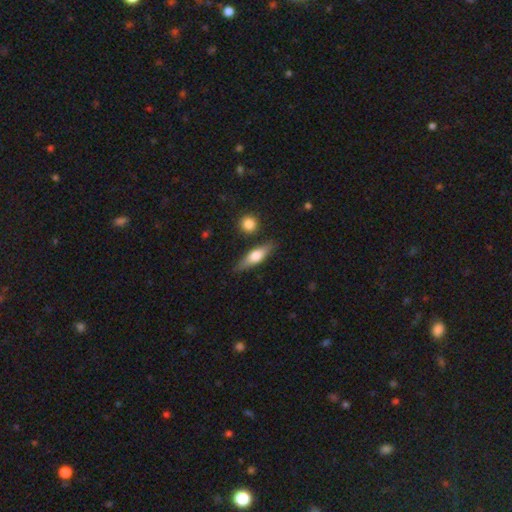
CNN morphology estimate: Smooth or featured? smooth (52%)
How rounded? cigar-shaped (59%)
Merging? none (81%)